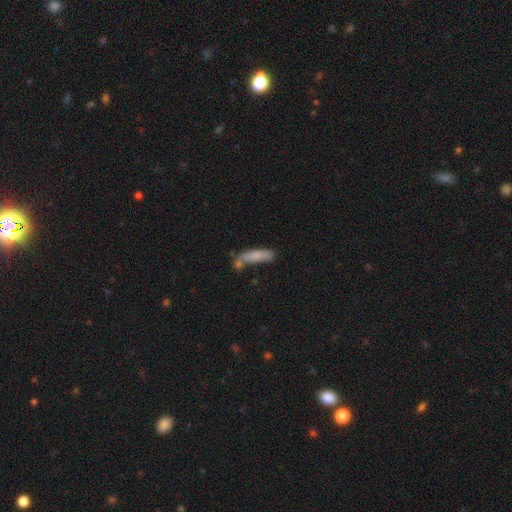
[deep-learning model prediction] A smooth galaxy with no disk features (74%) that is cigar-shaped (68%).

Vote fractions:
- Smooth or featured? smooth: 74% / featured or disk: 18% / star or artifact: 8%
- How rounded? cigar-shaped: 68% / in between: 30% / round: 2%
- Merging? none: 48% / merger: 22% / minor disturbance: 22% / major disturbance: 9%